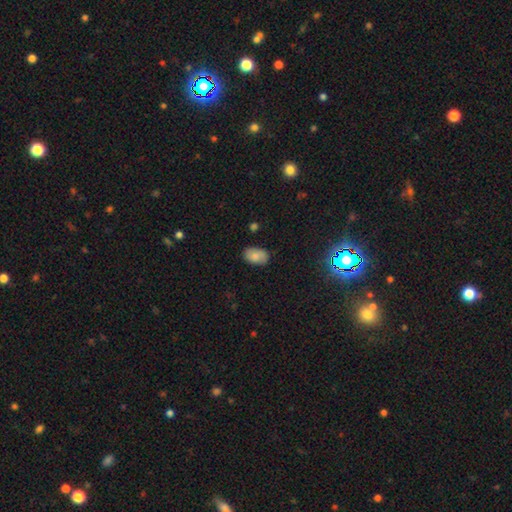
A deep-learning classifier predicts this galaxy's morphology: Smooth or featured? smooth (81%)
How rounded? in between (92%)
Merging? none (78%)